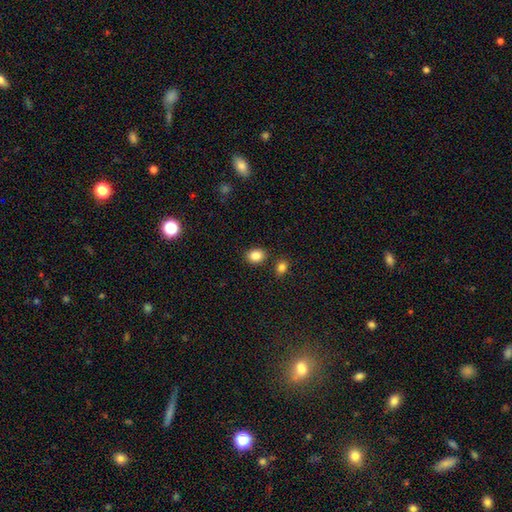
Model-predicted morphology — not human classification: type=smooth (86%); roundness=in between (55%); merging=none (82%).